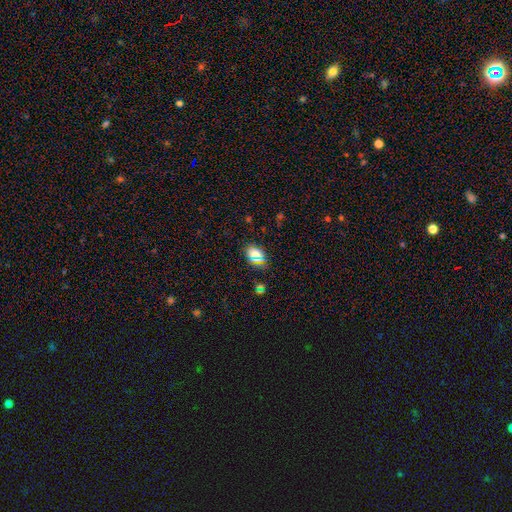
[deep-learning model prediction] Smooth or featured?
  - smooth: 65% *
  - star or artifact: 26%
  - featured or disk: 9%
How rounded?
  - in between: 73% *
  - round: 25%
  - cigar-shaped: 3%
Merging?
  - none: 83% *
  - minor disturbance: 11%
  - major disturbance: 4%
  - merger: 2%